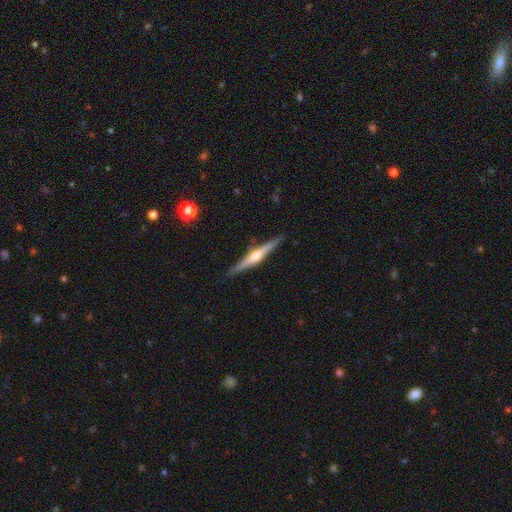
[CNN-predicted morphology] A featured or disk galaxy (73%) viewed edge-on (98%) with a rounded central bulge (91%).

Vote fractions:
- Smooth or featured? featured or disk: 73% / smooth: 22% / star or artifact: 5%
- Edge-on disk? yes: 98% / no: 2%
- Edge-on bulge? rounded: 91% / none: 5% / boxy: 4%
- Merging? none: 89% / minor disturbance: 8% / major disturbance: 2% / merger: 1%